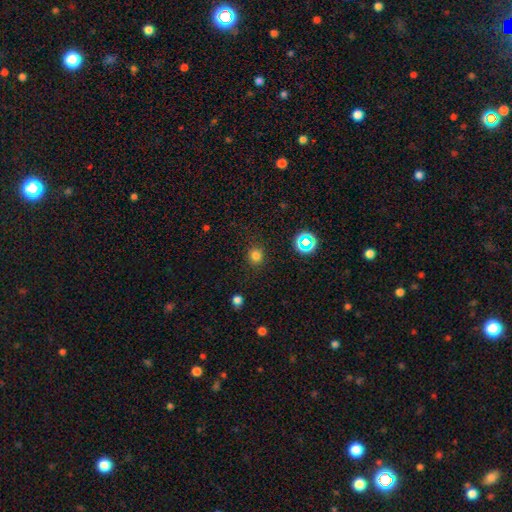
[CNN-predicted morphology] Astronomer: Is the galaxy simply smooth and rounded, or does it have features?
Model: smooth — 77%.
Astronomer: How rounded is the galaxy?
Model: round — 88%.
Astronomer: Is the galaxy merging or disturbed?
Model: none — 87%.